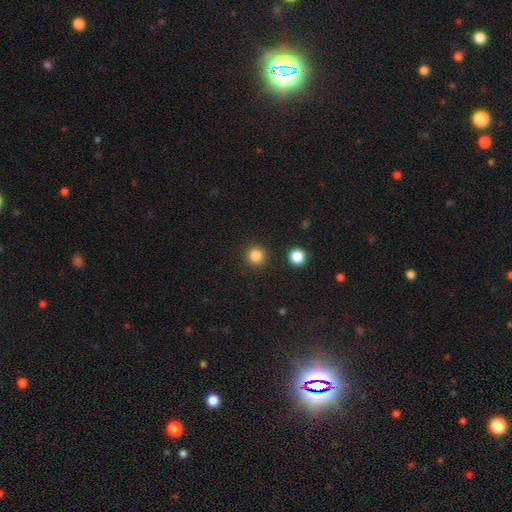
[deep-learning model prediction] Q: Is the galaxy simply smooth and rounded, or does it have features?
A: smooth — 84%.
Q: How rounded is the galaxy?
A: round — 94%.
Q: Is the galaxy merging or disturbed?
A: none — 91%.